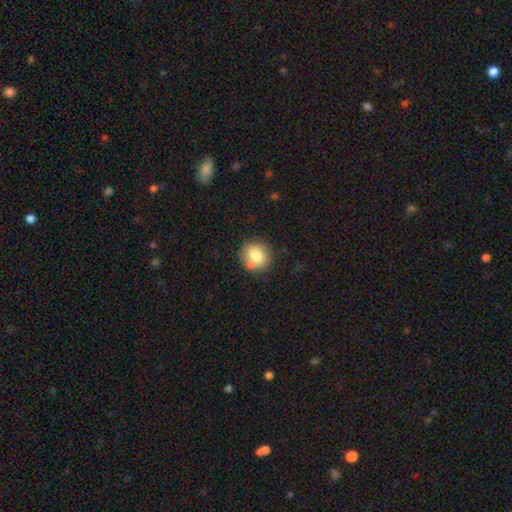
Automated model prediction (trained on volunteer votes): Smooth or featured: smooth — 78% (featured or disk — 13%)
How rounded: round — 90% (in between — 9%)
Merging: none — 73% (minor disturbance — 12%)